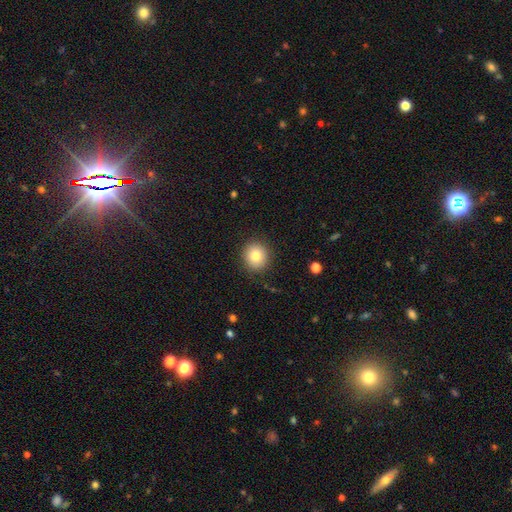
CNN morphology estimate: Overall: smooth (81%). How rounded: round (86%). Merging: none (89%).